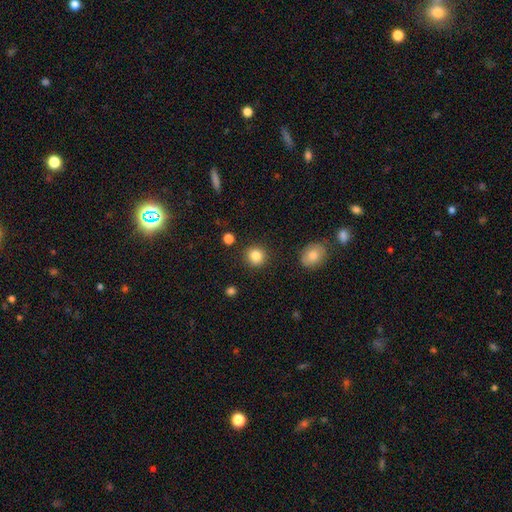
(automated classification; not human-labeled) smooth 85%, star or artifact 10%, featured or disk 5%. Down the decision tree: how rounded — round (90%); merging — none (89%).